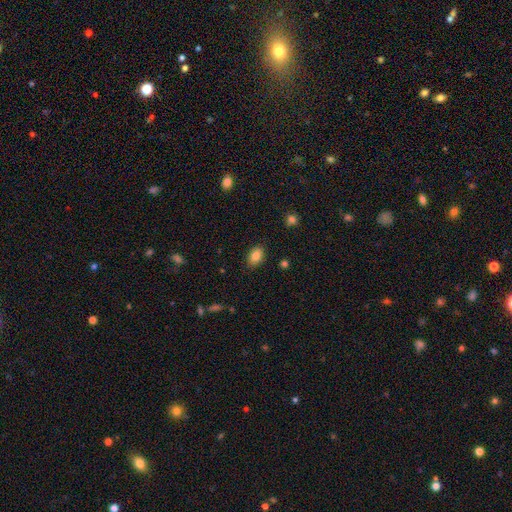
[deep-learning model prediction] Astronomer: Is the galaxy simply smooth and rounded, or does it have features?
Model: smooth — 85%.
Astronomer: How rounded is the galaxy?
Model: in between — 83%.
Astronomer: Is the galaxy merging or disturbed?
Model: none — 85%.